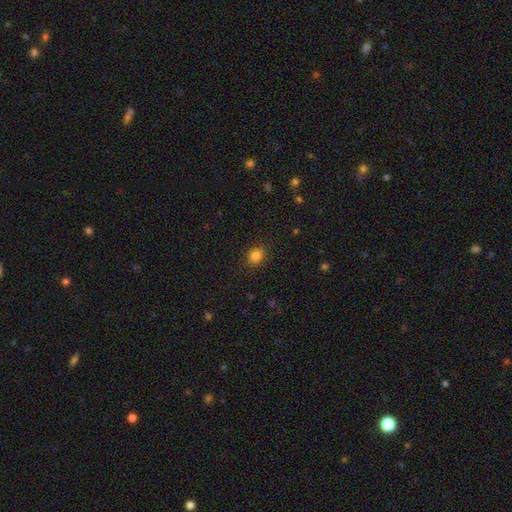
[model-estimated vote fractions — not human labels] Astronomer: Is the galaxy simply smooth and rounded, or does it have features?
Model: smooth — 84%.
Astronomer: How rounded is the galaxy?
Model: round — 54% (runner-up: in between, 45%).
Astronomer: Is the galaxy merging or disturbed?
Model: none — 87%.